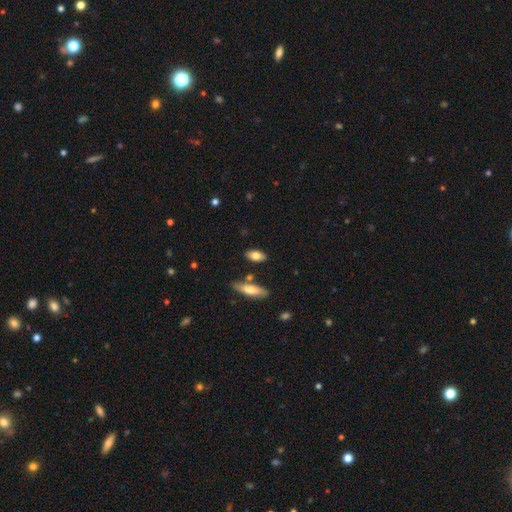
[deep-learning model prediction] This appears to be a smooth galaxy with no disk features (76%) that is in between round and cigar-shaped (83%). Merging: none (78%).